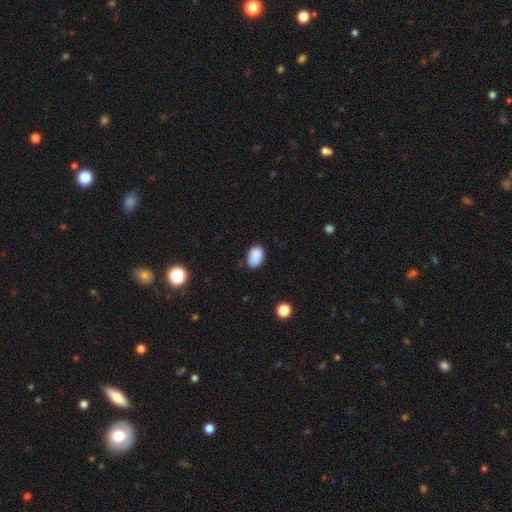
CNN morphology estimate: Overall: smooth (86%). How rounded: in between (86%). Merging: none (69%).